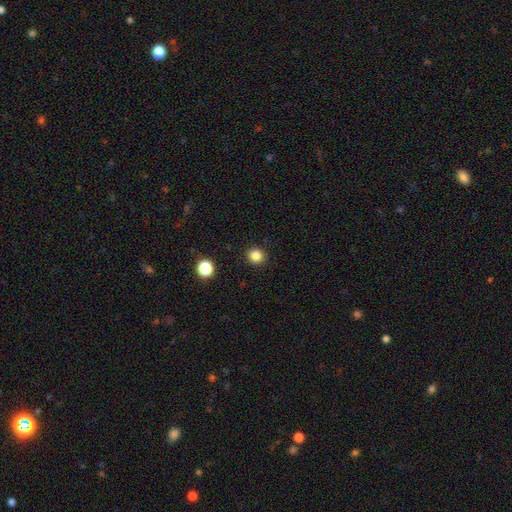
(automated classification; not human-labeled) Q: Smooth or featured?
A: smooth (84%); runner-up: star or artifact (12%)
Q: How rounded?
A: round (91%); runner-up: in between (8%)
Q: Merging?
A: none (92%); runner-up: minor disturbance (5%)